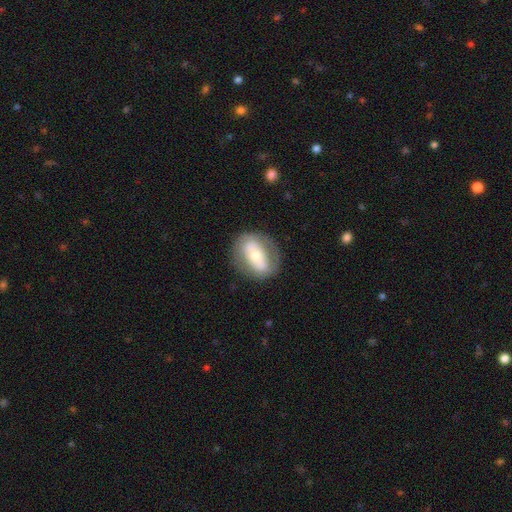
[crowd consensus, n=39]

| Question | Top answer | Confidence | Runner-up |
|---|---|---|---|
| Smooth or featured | smooth | 51% | featured or disk (44%) |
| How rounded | in between | 65% | round (25%) |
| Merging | none | 76% | minor disturbance (19%) |